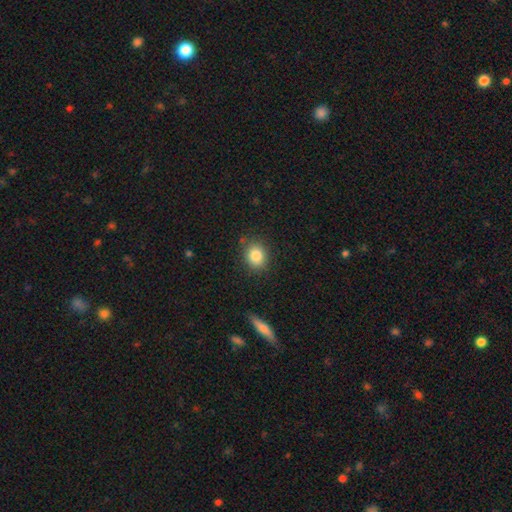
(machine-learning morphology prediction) smooth-or-featured: smooth: 85% | star or artifact: 9% | featured or disk: 6%
  how-rounded: round: 58% | in between: 41% | cigar-shaped: 1%
  merging: none: 83% | minor disturbance: 11% | major disturbance: 3% | merger: 2%